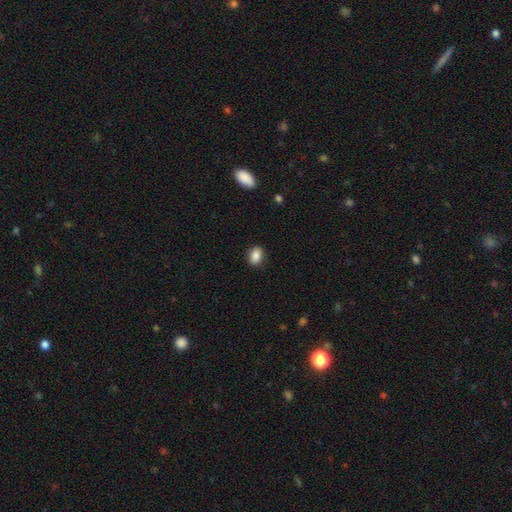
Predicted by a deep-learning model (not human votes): Smooth or featured: smooth — 87% (star or artifact — 8%)
How rounded: in between — 73% (round — 26%)
Merging: none — 88% (minor disturbance — 9%)